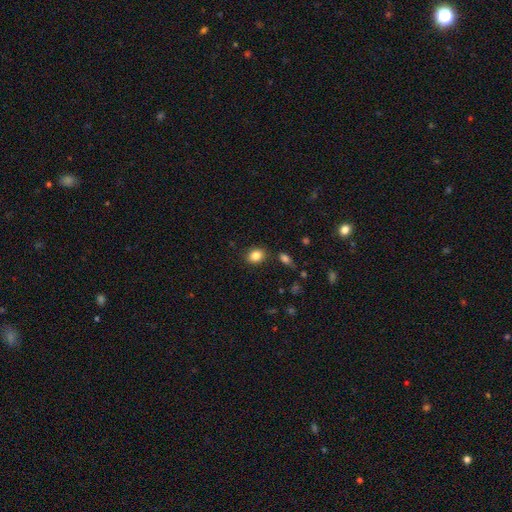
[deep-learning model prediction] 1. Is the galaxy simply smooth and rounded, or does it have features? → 84% smooth, 10% star or artifact, 6% featured or disk.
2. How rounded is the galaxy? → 52% in between, 47% round, 1% cigar-shaped.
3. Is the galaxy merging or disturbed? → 82% none, 10% minor disturbance, 5% merger, 3% major disturbance.